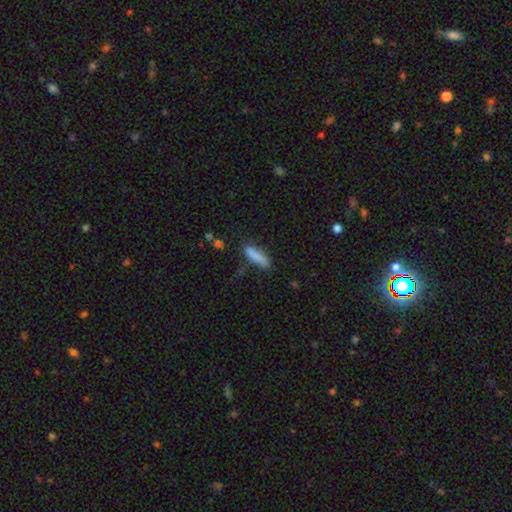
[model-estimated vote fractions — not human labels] The model was most divided on "how rounded": cigar-shaped: 68%, in between: 30%, round: 2%. More confident: smooth or featured — smooth (85%); merging — none (72%).